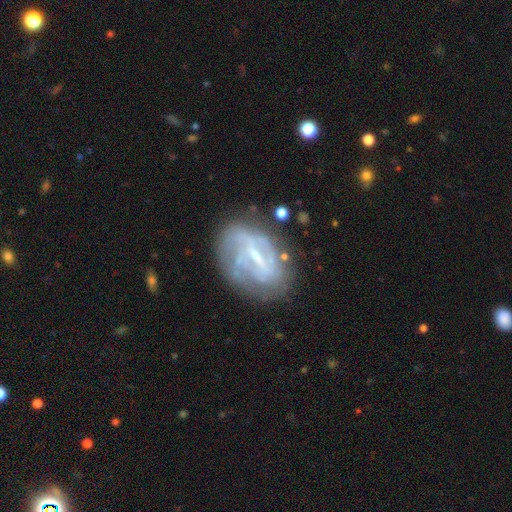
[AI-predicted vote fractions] smooth-or-featured: featured or disk: 77% | smooth: 15% | star or artifact: 8%
  disk-edge-on: no: 95% | yes: 5%
    bar: strong: 42% (tied) | weak: 42% (tied) | no: 16%
    has-spiral-arms: yes: 71% | no: 29%
      spiral-winding: tight: 52% | medium: 33% | loose: 16%
      spiral-arm-count: can't tell: 46% | 2: 31% | 3: 10% | 1: 6% | 4: 5% | more than 4: 3%
    bulge-size: small: 67% | moderate: 22% | none: 9% | large: 1% | dominant: 1%
  merging: none: 63% | minor disturbance: 22% | major disturbance: 12% | merger: 3%